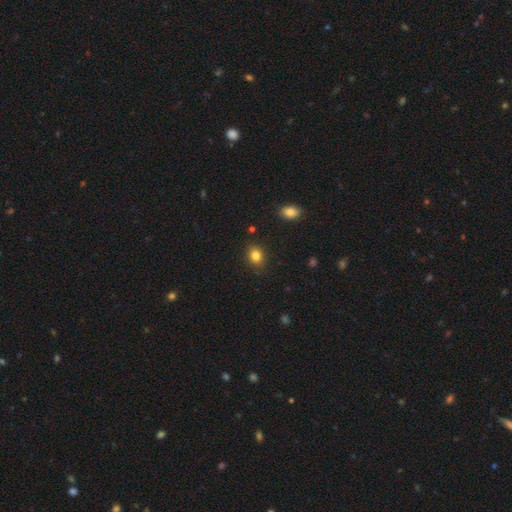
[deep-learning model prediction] Q: Smooth or featured?
A: smooth (83%); runner-up: star or artifact (10%)
Q: How rounded?
A: in between (56%); runner-up: round (43%)
Q: Merging?
A: none (86%); runner-up: minor disturbance (10%)